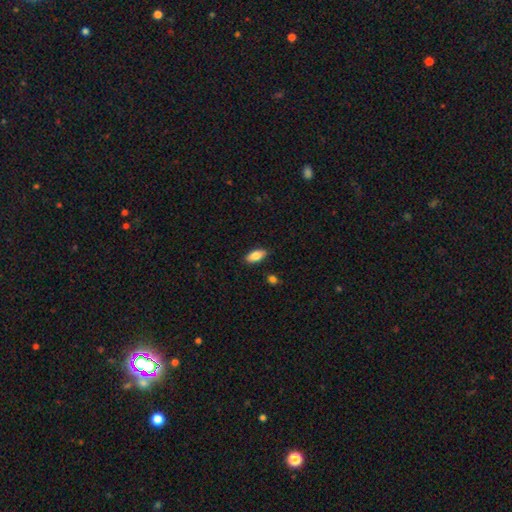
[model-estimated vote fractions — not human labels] A smooth galaxy with no disk features (82%) that is in between round and cigar-shaped (87%). Merging: none (86%).